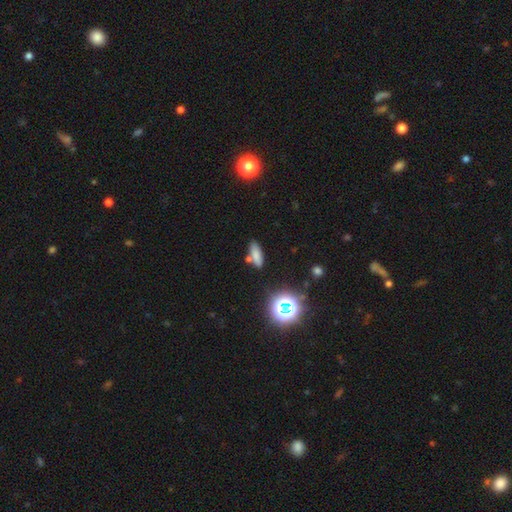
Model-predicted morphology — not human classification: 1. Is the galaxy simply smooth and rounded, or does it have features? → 74% smooth, 17% star or artifact, 10% featured or disk.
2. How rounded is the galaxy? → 59% in between, 36% cigar-shaped, 5% round.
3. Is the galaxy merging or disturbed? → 73% none, 13% minor disturbance, 11% merger, 4% major disturbance.